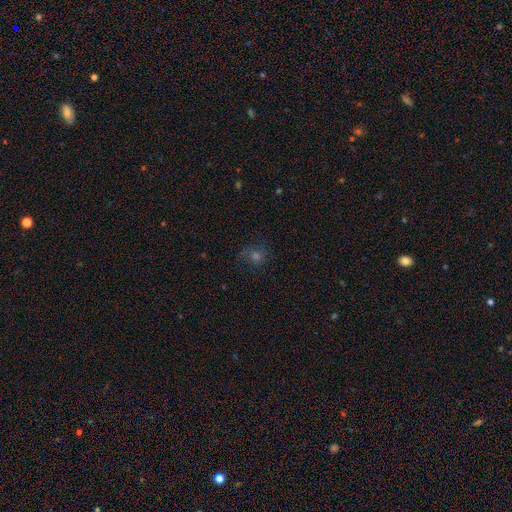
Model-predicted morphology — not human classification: Overall: smooth (43%; star or artifact 31%). Merging: none (68%).